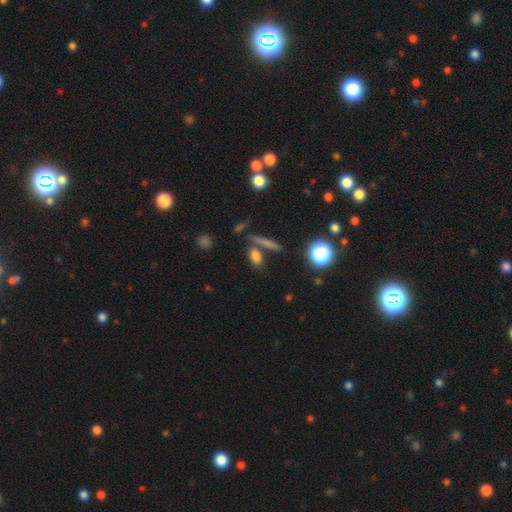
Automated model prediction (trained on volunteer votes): Smooth or featured: smooth — 77% (star or artifact — 13%)
How rounded: in between — 59% (cigar-shaped — 25%)
Merging: none — 67% (merger — 18%)